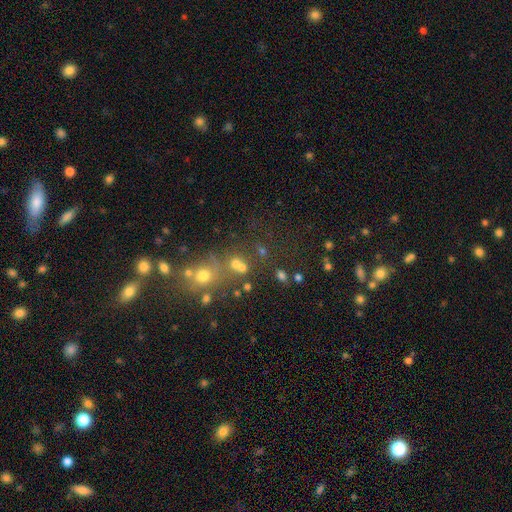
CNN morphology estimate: Q: Smooth or featured?
A: star or artifact (47%); runner-up: smooth (36%)